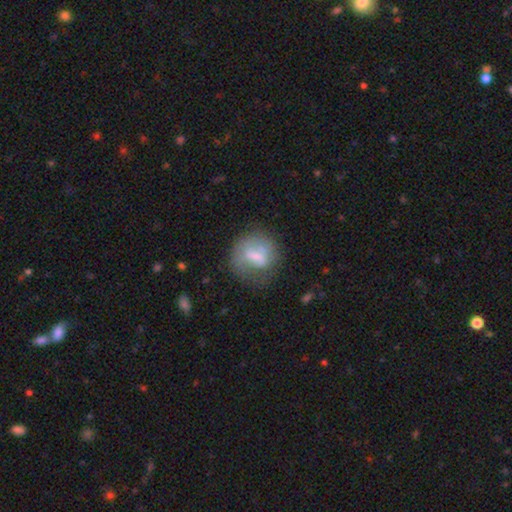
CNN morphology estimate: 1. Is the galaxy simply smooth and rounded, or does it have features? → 52% smooth, 38% featured or disk, 10% star or artifact.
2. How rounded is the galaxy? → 69% round, 28% in between, 3% cigar-shaped.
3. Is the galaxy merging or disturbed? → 55% none, 24% minor disturbance, 16% major disturbance, 5% merger.